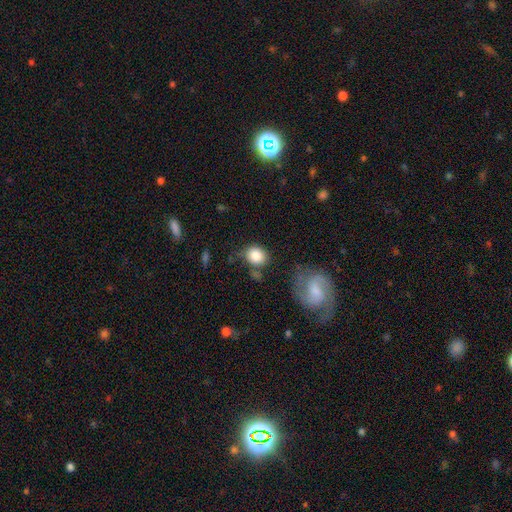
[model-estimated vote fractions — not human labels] A smooth galaxy with no disk features (85%) that is round (65%).

Vote fractions:
- Smooth or featured? smooth: 85% / featured or disk: 8% / star or artifact: 7%
- How rounded? round: 65% / in between: 34% / cigar-shaped: 1%
- Merging? none: 59% / minor disturbance: 23% / merger: 9% / major disturbance: 9%